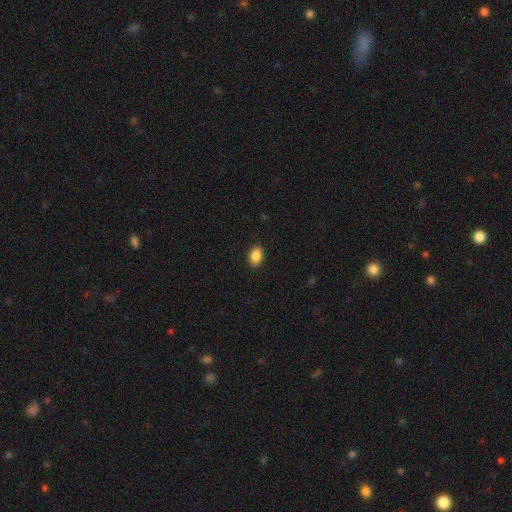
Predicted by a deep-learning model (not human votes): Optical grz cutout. It shows a smooth galaxy with no disk features (89%) that is in between round and cigar-shaped (81%). Merging: none (89%).